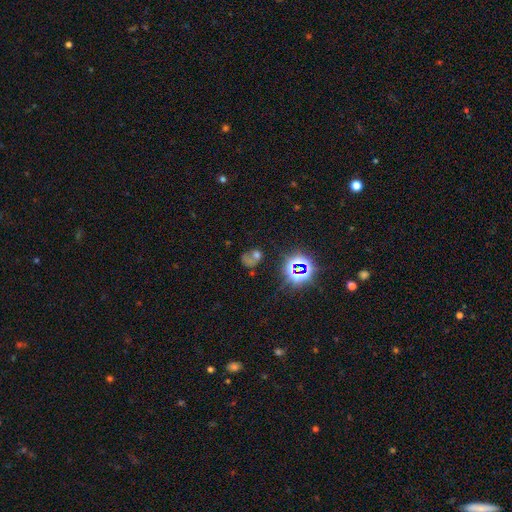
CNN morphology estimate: Overall: star or artifact (48%; smooth 32%).